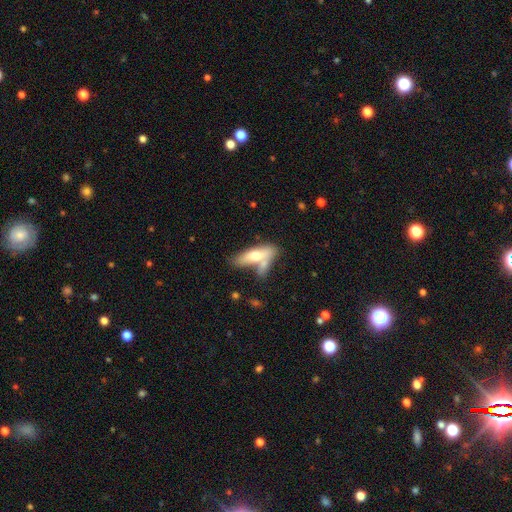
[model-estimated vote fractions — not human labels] smooth 64%, featured or disk 30%, star or artifact 6%. Down the decision tree: how rounded — in between (53%); merging — none (41%).